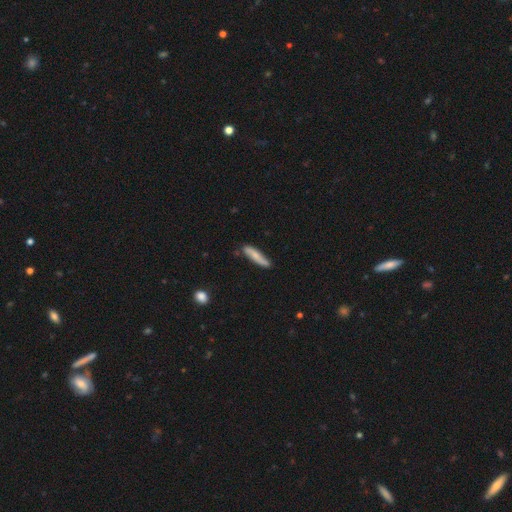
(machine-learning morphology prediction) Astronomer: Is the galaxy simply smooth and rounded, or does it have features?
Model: smooth — 66%.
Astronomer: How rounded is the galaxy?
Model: cigar-shaped — 82%.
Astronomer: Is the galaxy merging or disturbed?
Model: none — 76%.